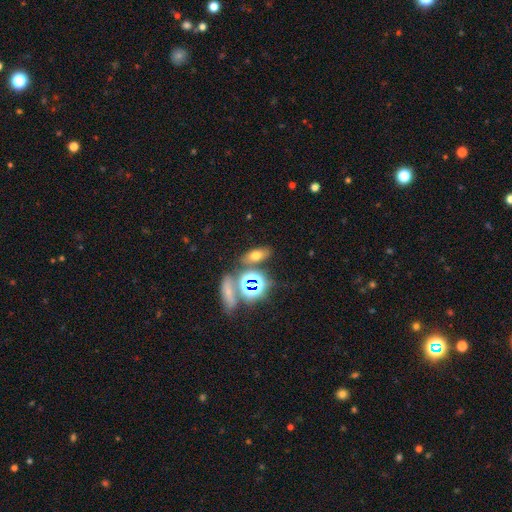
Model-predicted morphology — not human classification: smooth-or-featured: smooth: 58% | star or artifact: 26% | featured or disk: 15%
  how-rounded: in between: 73% | round: 14% | cigar-shaped: 13%
  merging: none: 73% | merger: 12% | minor disturbance: 11% | major disturbance: 4%